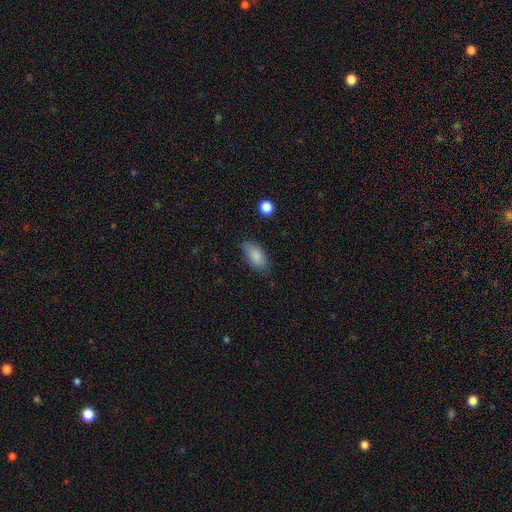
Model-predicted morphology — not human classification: Smooth or featured? Predicted: smooth (p=0.86). How rounded? Predicted: in between (p=0.89). Merging? Predicted: none (p=0.72).